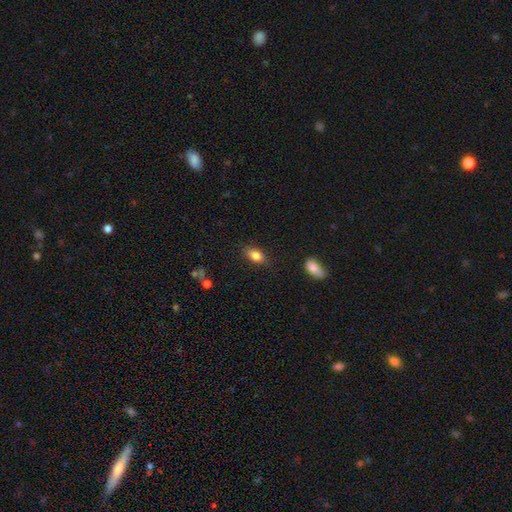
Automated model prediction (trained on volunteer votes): smooth 81%, featured or disk 10%, star or artifact 9%. Down the decision tree: how rounded — in between (83%); merging — none (82%).